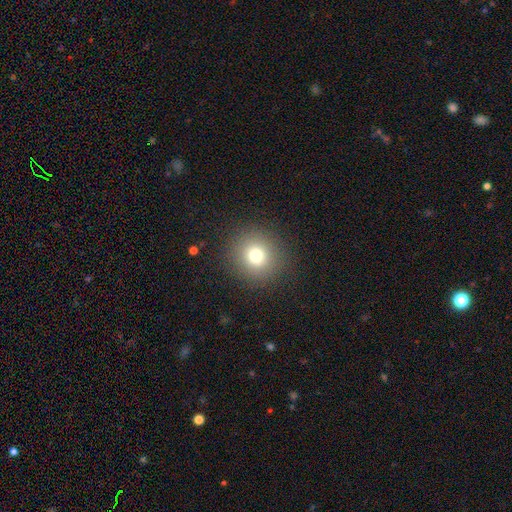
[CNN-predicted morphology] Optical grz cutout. It shows a smooth galaxy with no disk features (75%) that is round (93%). Merging: none (89%).